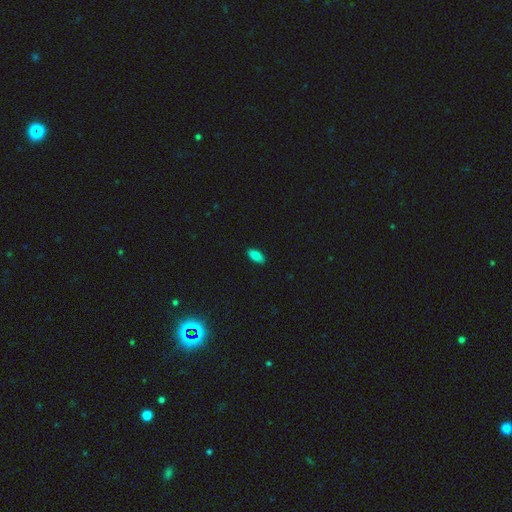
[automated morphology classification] Smooth or featured?
  - smooth: 86% *
  - star or artifact: 9%
  - featured or disk: 6%
How rounded?
  - in between: 91% *
  - cigar-shaped: 7%
  - round: 2%
Merging?
  - none: 89% *
  - minor disturbance: 8%
  - major disturbance: 2%
  - merger: 1%